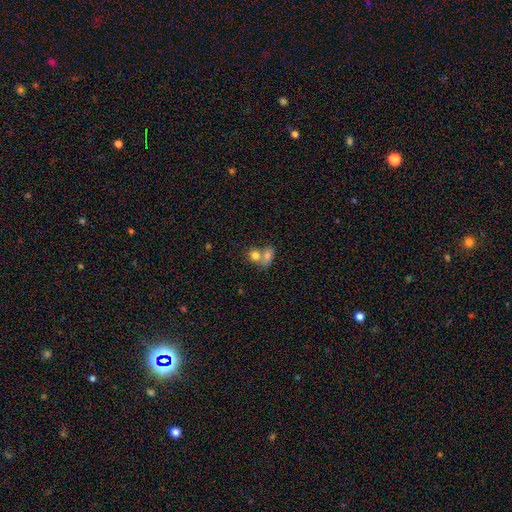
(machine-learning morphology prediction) smooth_or_featured: smooth (p=0.79) [alt: featured or disk p=0.12]
how_rounded: in between (p=0.52) [alt: round p=0.46]
merging: merger (p=0.61) [alt: none p=0.28]